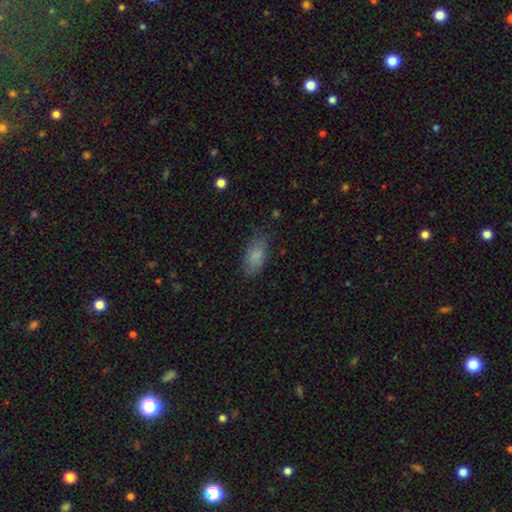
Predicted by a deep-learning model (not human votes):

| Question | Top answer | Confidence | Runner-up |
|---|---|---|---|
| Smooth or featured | smooth | 84% | featured or disk (8%) |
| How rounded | in between | 88% | cigar-shaped (9%) |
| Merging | none | 77% | minor disturbance (17%) |